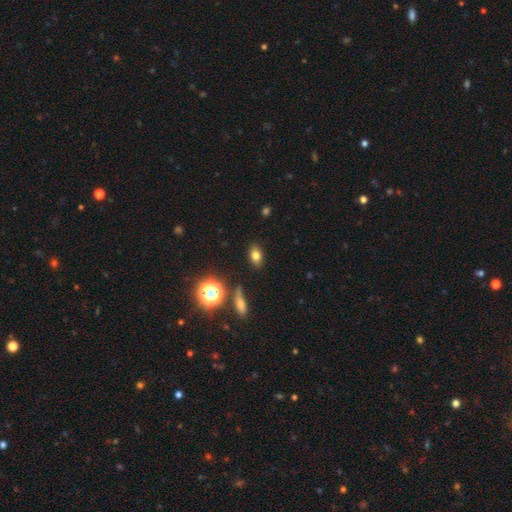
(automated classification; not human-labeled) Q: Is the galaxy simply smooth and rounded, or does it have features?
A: smooth — 75%.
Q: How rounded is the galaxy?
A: in between — 76%.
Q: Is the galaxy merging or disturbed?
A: none — 85%.